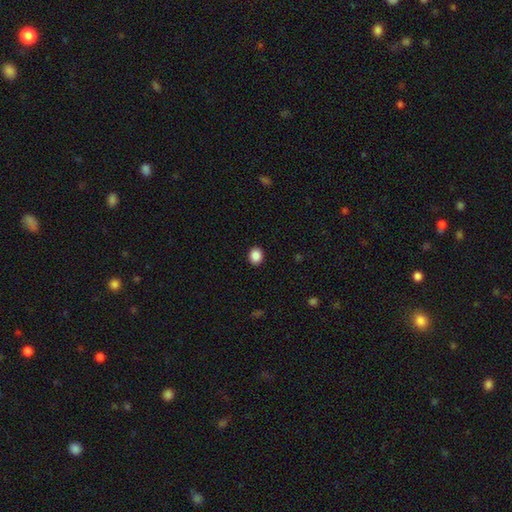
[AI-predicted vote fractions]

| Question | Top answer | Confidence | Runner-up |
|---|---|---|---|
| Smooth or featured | smooth | 88% | star or artifact (9%) |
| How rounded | round | 64% | in between (35%) |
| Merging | none | 92% | minor disturbance (5%) |